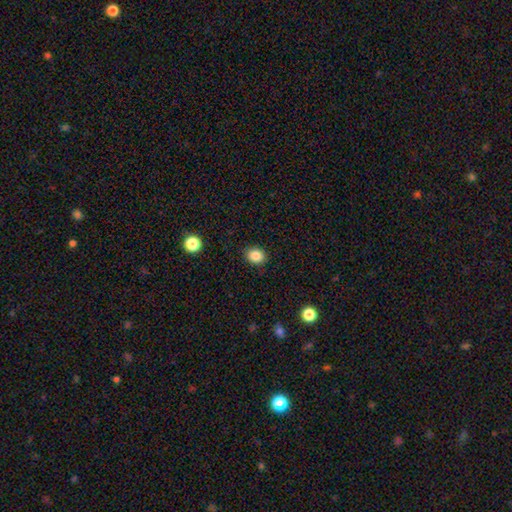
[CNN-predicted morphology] The model was most divided on "how rounded": round: 57%, in between: 42%, cigar-shaped: 1%. More confident: merging — none (90%); smooth or featured — smooth (85%).